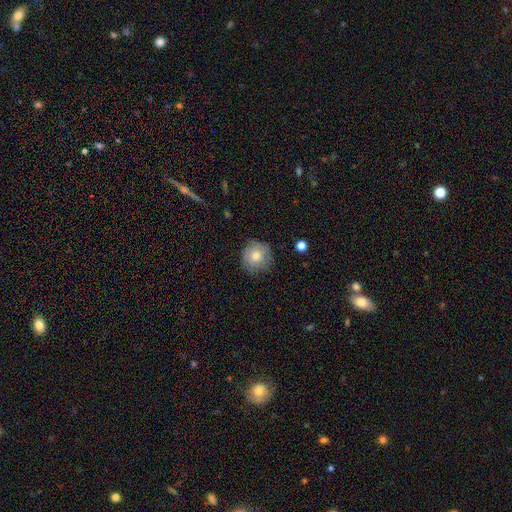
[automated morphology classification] smooth 73%, featured or disk 17%, star or artifact 9%. Down the decision tree: how rounded — round (92%); merging — none (79%).